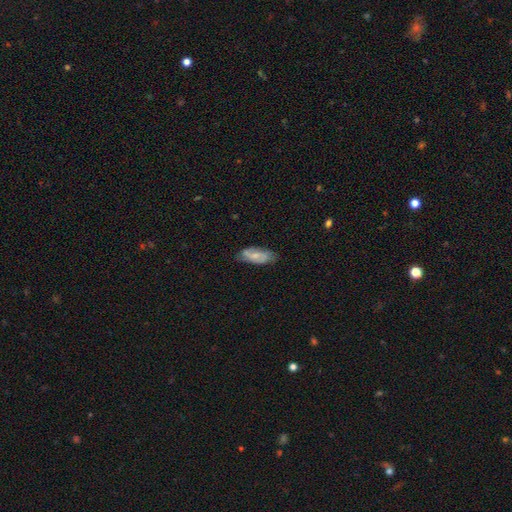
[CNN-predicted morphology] smooth_or_featured: smooth (p=0.62) [alt: featured or disk p=0.31]
how_rounded: in between (p=0.78) [alt: cigar-shaped p=0.20]
merging: none (p=0.69) [alt: minor disturbance p=0.24]